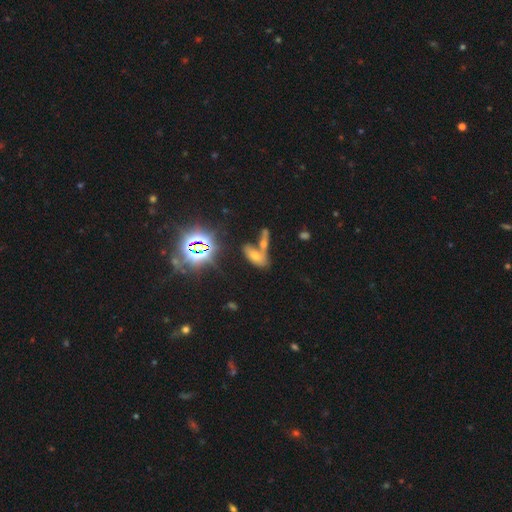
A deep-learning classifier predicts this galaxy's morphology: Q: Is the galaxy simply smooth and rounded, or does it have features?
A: smooth — 51%.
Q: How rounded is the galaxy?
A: in between — 79%.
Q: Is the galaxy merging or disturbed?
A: merger — 47%.